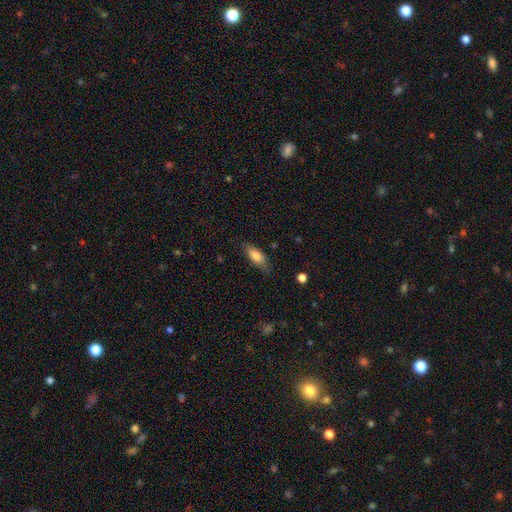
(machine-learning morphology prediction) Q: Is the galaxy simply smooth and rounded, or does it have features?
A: smooth — 80%.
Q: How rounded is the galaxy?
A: in between — 74%.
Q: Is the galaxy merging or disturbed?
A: none — 75%.